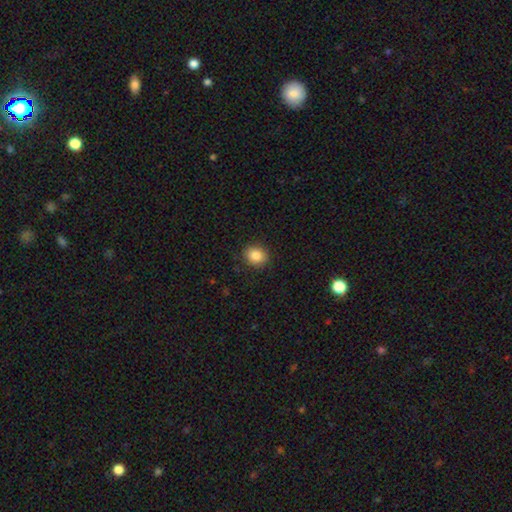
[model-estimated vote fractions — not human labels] This is clearly a smooth galaxy (86%). How rounded: likely round (72%). Merging: clearly none (89%).